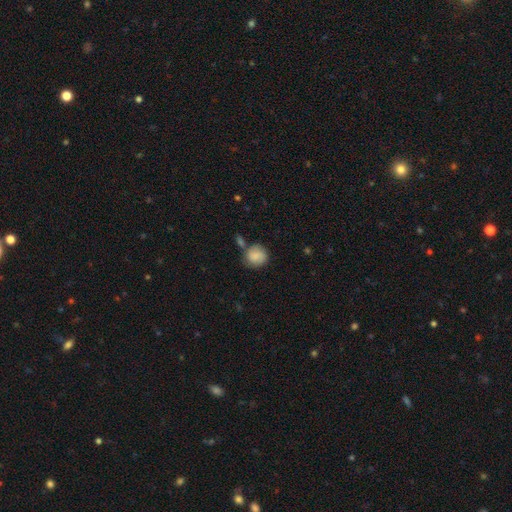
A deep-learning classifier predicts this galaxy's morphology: Smooth or featured?
  - smooth: 78% *
  - featured or disk: 14%
  - star or artifact: 8%
How rounded?
  - round: 81% *
  - in between: 18%
  - cigar-shaped: 1%
Merging?
  - none: 57% *
  - minor disturbance: 20%
  - merger: 16%
  - major disturbance: 7%